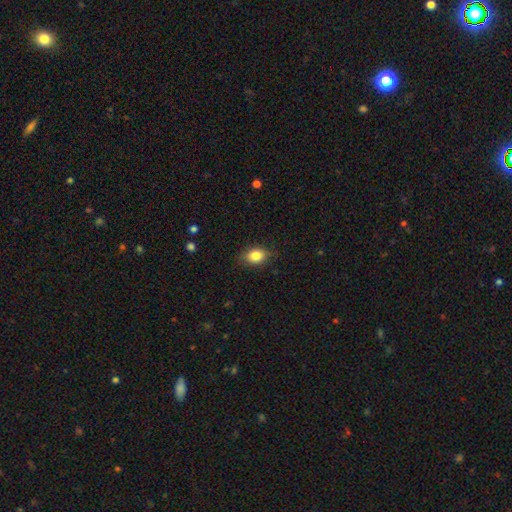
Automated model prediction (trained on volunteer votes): Smooth or featured? Predicted: smooth (p=0.84). How rounded? Predicted: in between (p=0.71). Merging? Predicted: none (p=0.83).